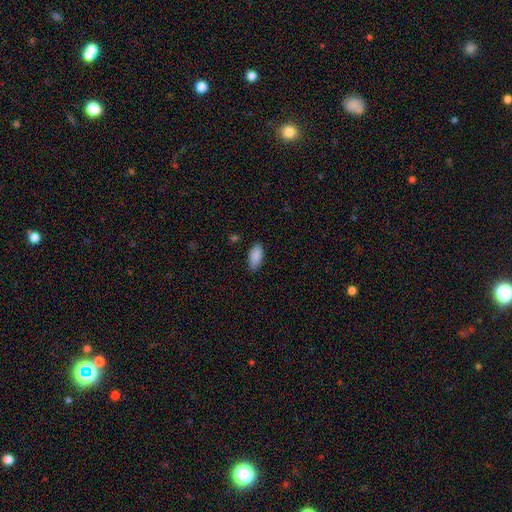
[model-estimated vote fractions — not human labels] This appears to be a smooth galaxy with no disk features (89%) that is in between round and cigar-shaped (94%). Merging: none (83%).